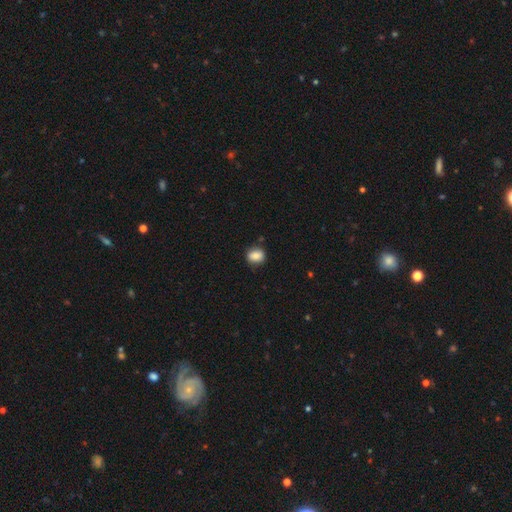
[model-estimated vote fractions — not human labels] Overall: smooth (84%). How rounded: round (55%; in between 44%). Merging: none (82%).